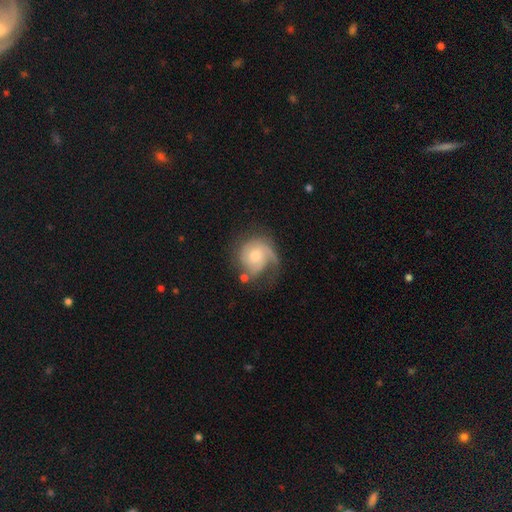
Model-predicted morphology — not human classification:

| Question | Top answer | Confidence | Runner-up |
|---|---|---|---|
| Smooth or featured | featured or disk | 68% | smooth (25%) |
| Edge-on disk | no | 98% | yes (2%) |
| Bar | no | 73% | weak (24%) |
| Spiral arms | yes | 90% | no (10%) |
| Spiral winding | medium | 37% | tight (35%) |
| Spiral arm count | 1 | 51% | 2 (22%) |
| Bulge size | moderate | 57% | small (34%) |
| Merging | none | 46% | major disturbance (26%) |